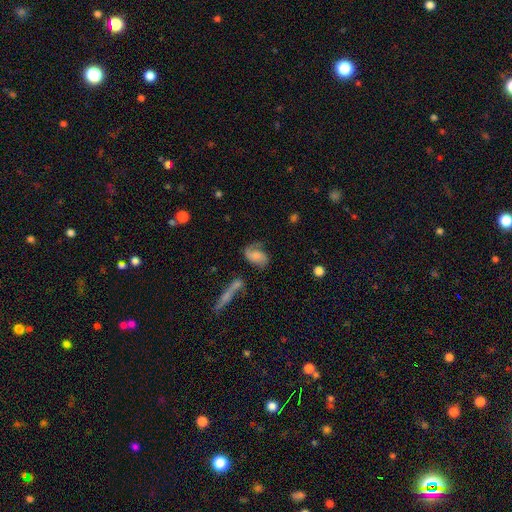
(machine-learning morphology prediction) Overall: featured or disk (52%; smooth 40%). Edge-on disk: no (95%). Merging: none (48%; minor disturbance 25%).